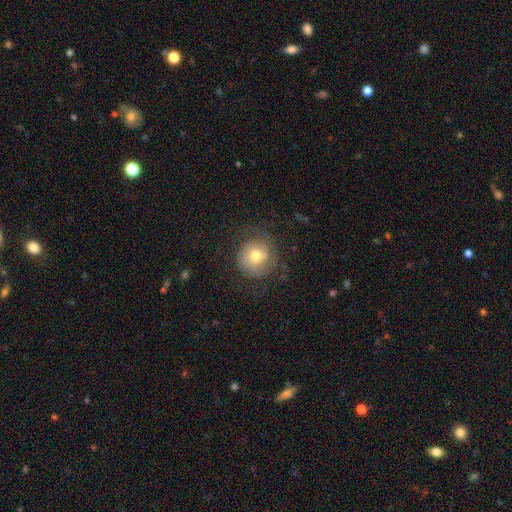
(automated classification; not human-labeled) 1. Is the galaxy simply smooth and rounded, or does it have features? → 62% smooth, 28% featured or disk, 10% star or artifact.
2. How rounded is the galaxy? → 90% round, 9% in between, 1% cigar-shaped.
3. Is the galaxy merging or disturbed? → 65% none, 18% minor disturbance, 14% major disturbance, 2% merger.